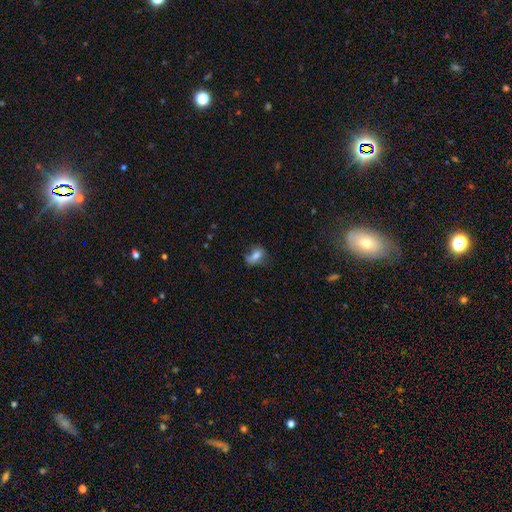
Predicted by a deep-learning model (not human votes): Smooth or featured: smooth — 67% (featured or disk — 22%)
How rounded: in between — 78% (round — 18%)
Merging: none — 49% (minor disturbance — 30%)